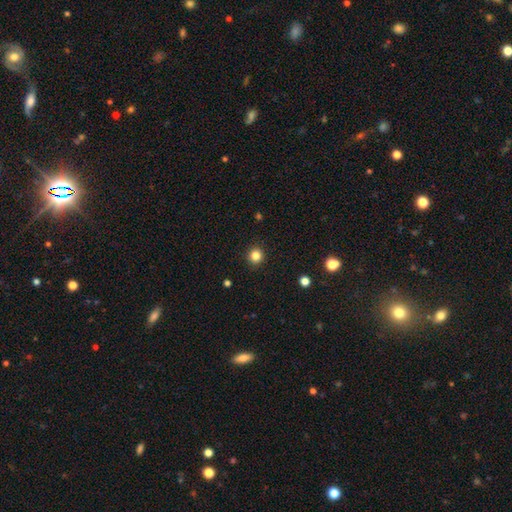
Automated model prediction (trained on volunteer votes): A smooth galaxy with no disk features (84%) that is round (93%).

Vote fractions:
- Smooth or featured? smooth: 84% / star or artifact: 12% / featured or disk: 4%
- How rounded? round: 93% / in between: 6% / cigar-shaped: 1%
- Merging? none: 92% / minor disturbance: 5% / major disturbance: 2% / merger: 1%